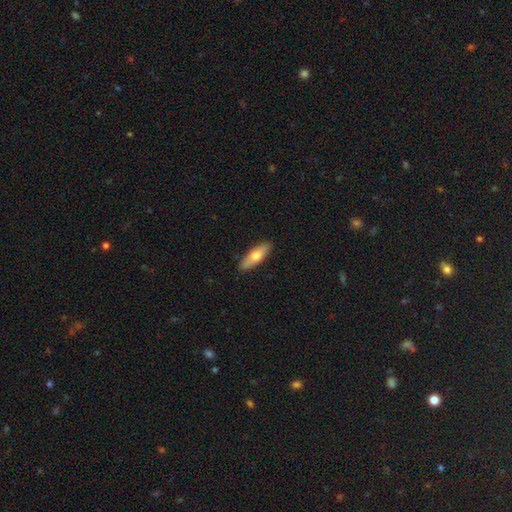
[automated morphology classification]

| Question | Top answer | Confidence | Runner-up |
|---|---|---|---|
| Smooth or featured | smooth | 65% | featured or disk (29%) |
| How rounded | in between | 55% | cigar-shaped (43%) |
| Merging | none | 89% | minor disturbance (9%) |